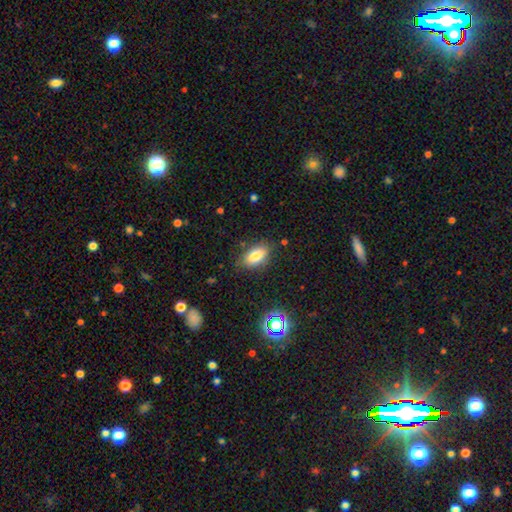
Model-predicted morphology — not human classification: Smooth or featured: smooth — 80% (featured or disk — 10%)
How rounded: in between — 91% (round — 5%)
Merging: none — 80% (minor disturbance — 14%)